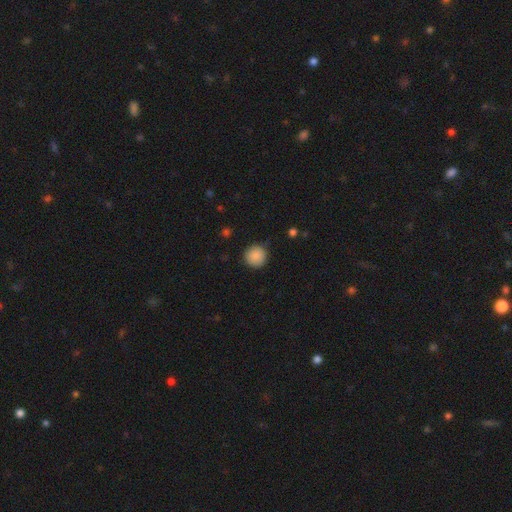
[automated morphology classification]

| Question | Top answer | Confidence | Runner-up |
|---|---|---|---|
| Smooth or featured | smooth | 88% | star or artifact (8%) |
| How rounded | round | 94% | in between (5%) |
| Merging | none | 87% | minor disturbance (9%) |